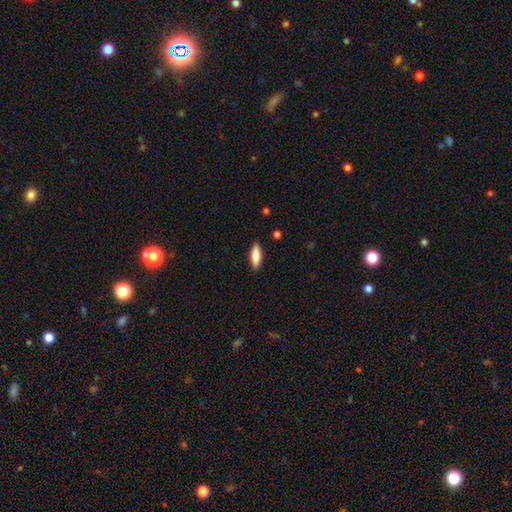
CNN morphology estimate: Smooth or featured? Predicted: smooth (p=0.84). How rounded? Predicted: in between (p=0.62). Merging? Predicted: none (p=0.89).